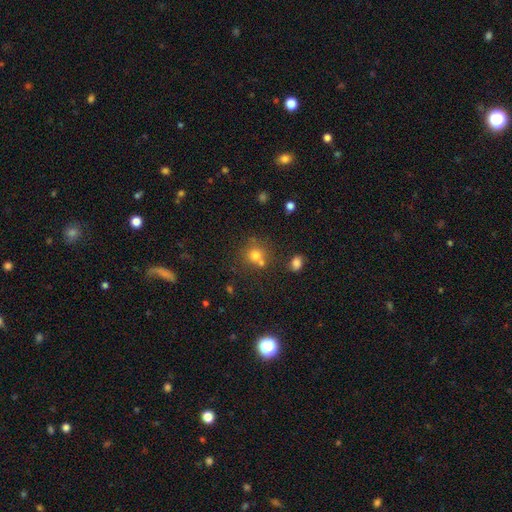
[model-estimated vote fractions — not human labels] The model was most divided on "merging": none: 57%, merger: 28%, minor disturbance: 10%, major disturbance: 4%. More confident: how rounded — round (85%); smooth or featured — smooth (72%).